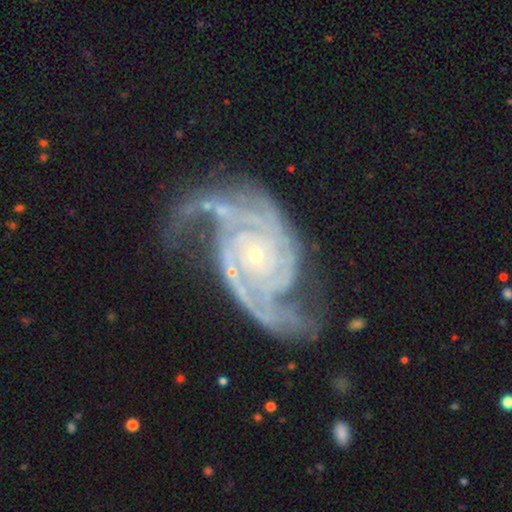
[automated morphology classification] featured or disk 92%, star or artifact 5%, smooth 3%. Down the decision tree: edge-on disk — no (98%); bar — no (74%); spiral arms — yes (98%); spiral arm count — 2 (45%); spiral winding — tight (53%); bulge size — small (84%); merging — none (58%).